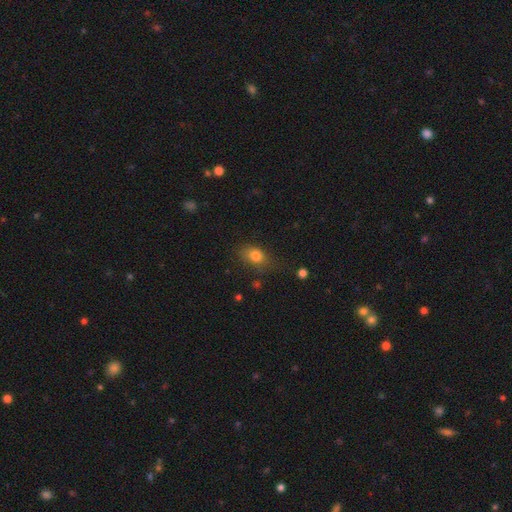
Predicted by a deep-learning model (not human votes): The model was most divided on "how rounded": in between: 68%, round: 30%, cigar-shaped: 2%. More confident: smooth or featured — smooth (79%); merging — none (67%).